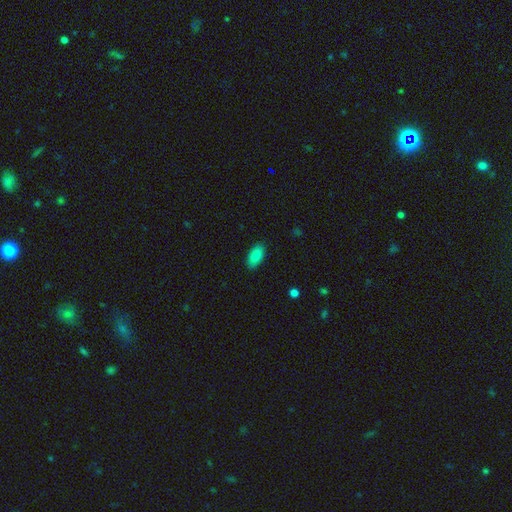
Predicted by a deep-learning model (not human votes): Morphology: type=smooth (87%); roundness=in between (92%); merging=none (88%).